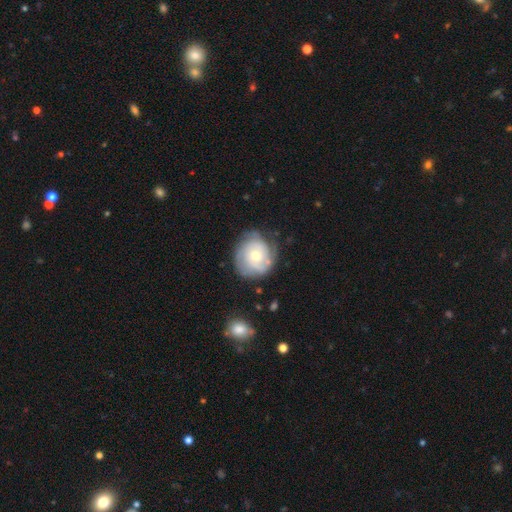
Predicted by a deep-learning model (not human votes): This appears to be a featured or disk galaxy (66%) with no bar (79%), tight (67%) spiral arms (83%) and a moderate central bulge (58%). Merging: none (68%).